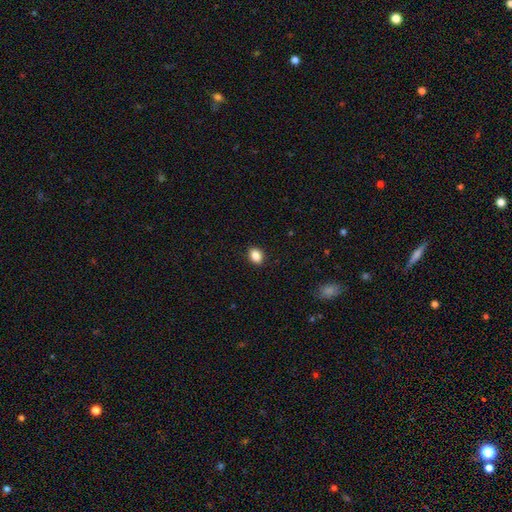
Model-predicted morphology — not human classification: Smooth or featured: smooth — 87% (star or artifact — 9%)
How rounded: in between — 65% (round — 34%)
Merging: none — 90% (minor disturbance — 7%)